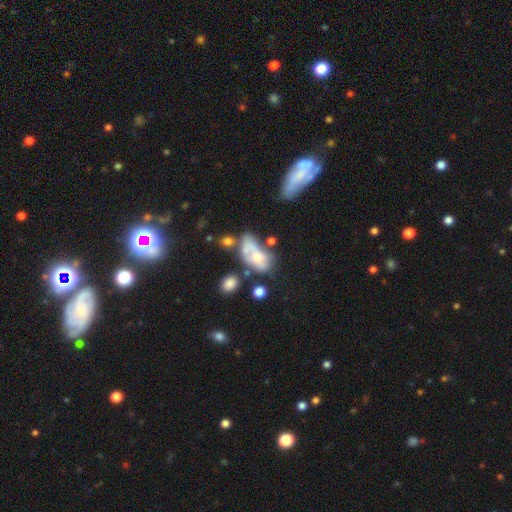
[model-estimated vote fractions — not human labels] A smooth galaxy with no disk features (49%). Merging: merger (36%).